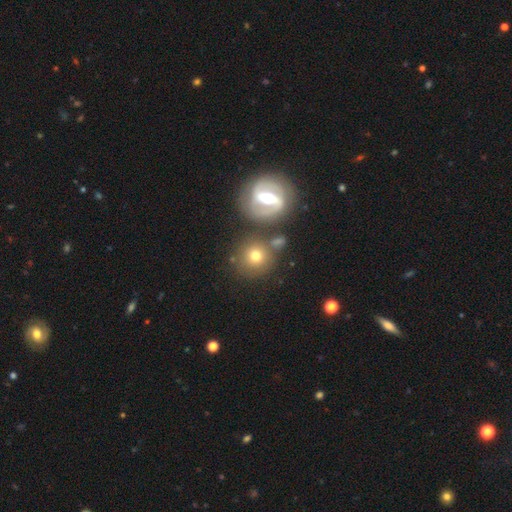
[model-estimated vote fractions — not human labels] The model was most divided on "smooth or featured": smooth: 64%, featured or disk: 26%, star or artifact: 10%. More confident: how rounded — round (90%); merging — none (67%).